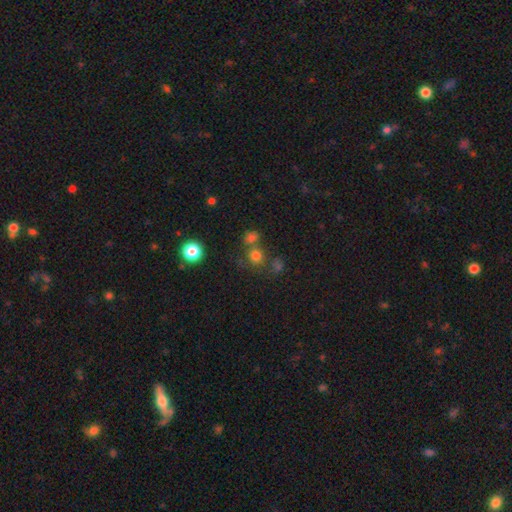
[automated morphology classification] A smooth galaxy with no disk features (72%) that is round (87%). Merging: none (61%).